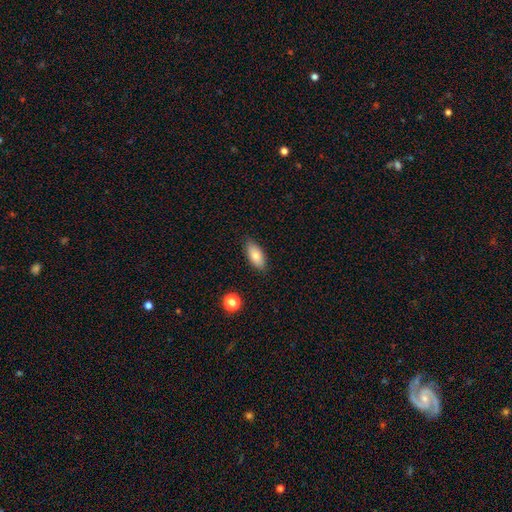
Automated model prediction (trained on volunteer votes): This appears to be a smooth galaxy with no disk features (80%) that is in between round and cigar-shaped (88%). Merging: none (85%).